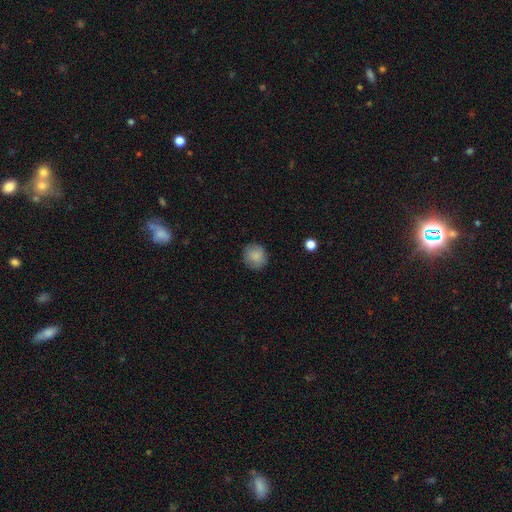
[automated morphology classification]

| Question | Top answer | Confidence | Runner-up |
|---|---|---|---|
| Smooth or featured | smooth | 86% | star or artifact (8%) |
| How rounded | round | 89% | in between (10%) |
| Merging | none | 85% | minor disturbance (11%) |